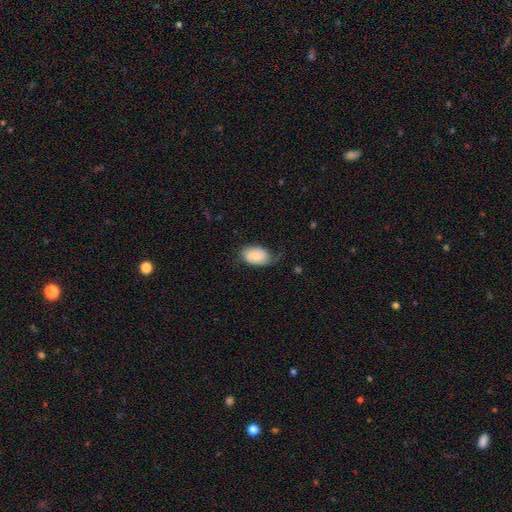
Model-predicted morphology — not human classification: type=smooth (59%); roundness=in between (90%); merging=none (49%).